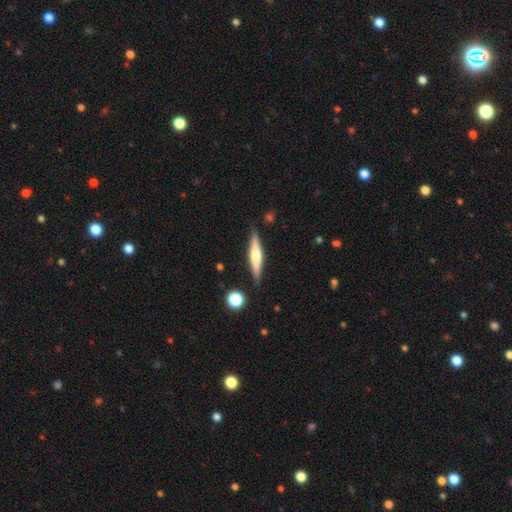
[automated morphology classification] featured or disk 50%, smooth 43%, star or artifact 6%. Down the decision tree: edge-on disk — yes (96%); merging — none (86%).